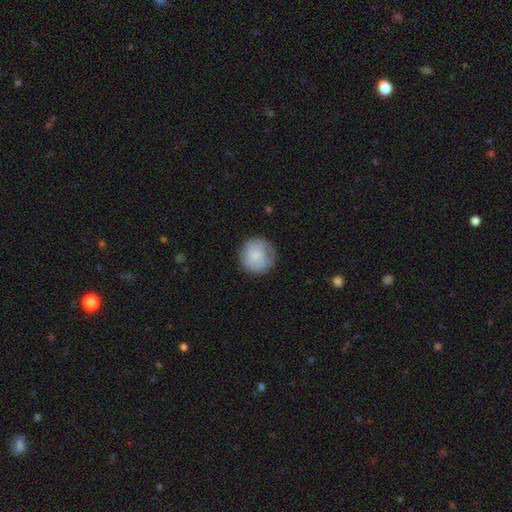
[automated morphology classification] This appears to be a smooth galaxy with no disk features (70%) that is round (93%). Merging: none (78%).